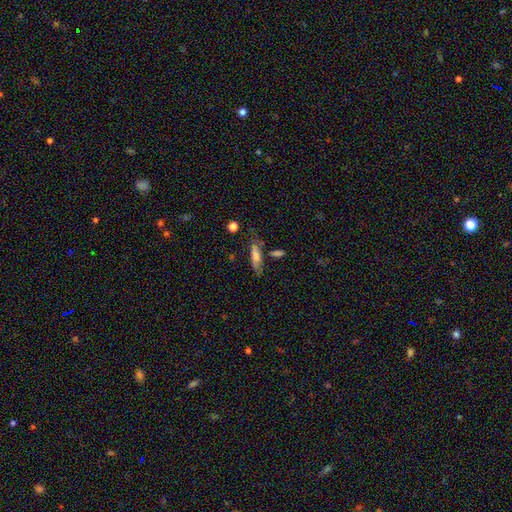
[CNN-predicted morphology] type=smooth (61%); roundness=cigar-shaped (58%); merging=none (62%).